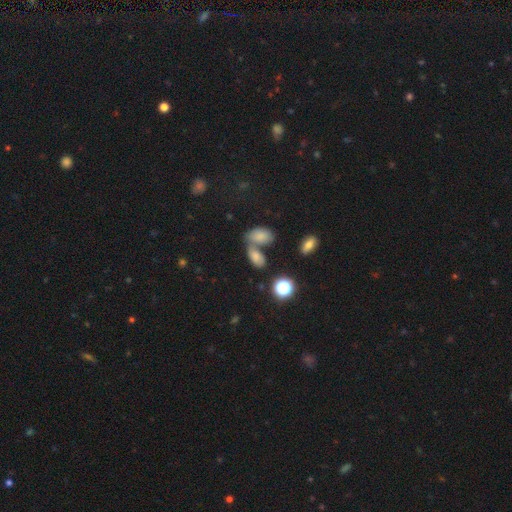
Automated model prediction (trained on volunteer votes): A smooth galaxy with no disk features (69%) that is in between round and cigar-shaped (83%).

Vote fractions:
- Smooth or featured? smooth: 69% / star or artifact: 18% / featured or disk: 13%
- How rounded? in between: 83% / round: 12% / cigar-shaped: 5%
- Merging? merger: 44% / none: 40% / minor disturbance: 11% / major disturbance: 5%